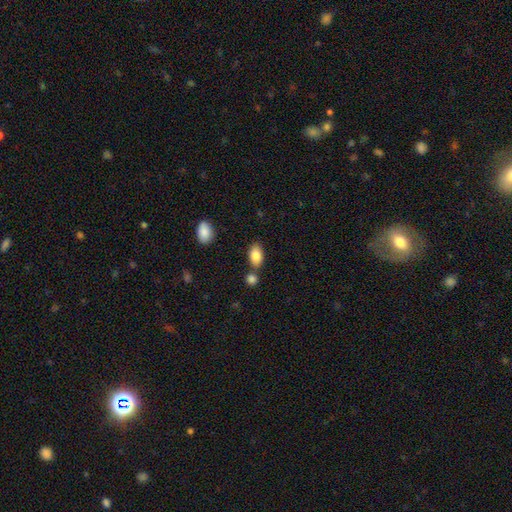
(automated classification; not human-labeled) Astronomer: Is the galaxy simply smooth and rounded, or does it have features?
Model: smooth — 85%.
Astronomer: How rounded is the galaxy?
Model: in between — 90%.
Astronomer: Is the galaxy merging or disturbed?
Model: none — 65%.